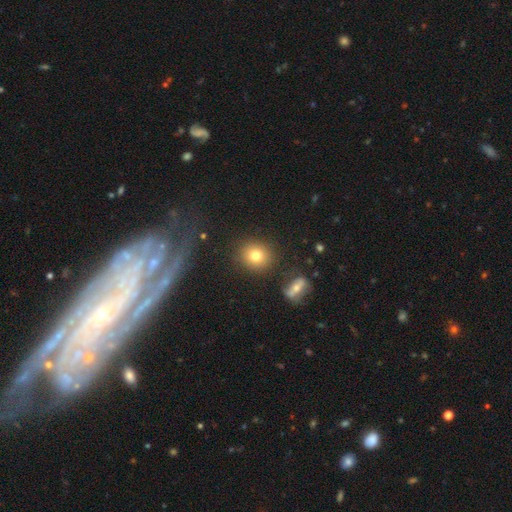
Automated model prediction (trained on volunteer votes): smooth_or_featured: smooth (p=0.79) [alt: star or artifact p=0.11]
how_rounded: round (p=0.82) [alt: in between p=0.16]
merging: none (p=0.85) [alt: minor disturbance p=0.08]